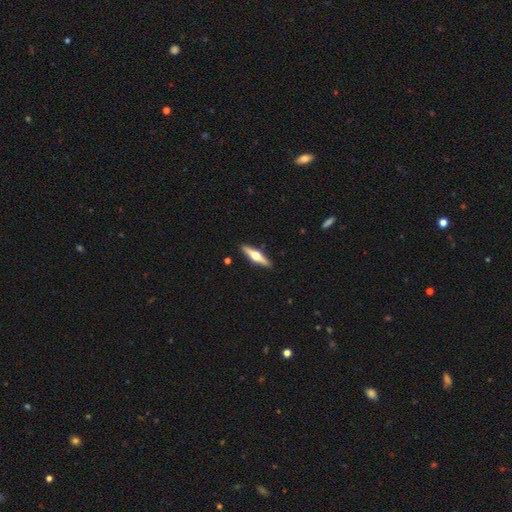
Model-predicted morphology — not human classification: The model was most divided on "smooth or featured": featured or disk: 67%, smooth: 28%, star or artifact: 5%. More confident: edge-on disk — yes (97%); edge-on bulge — rounded (96%); merging — none (91%).